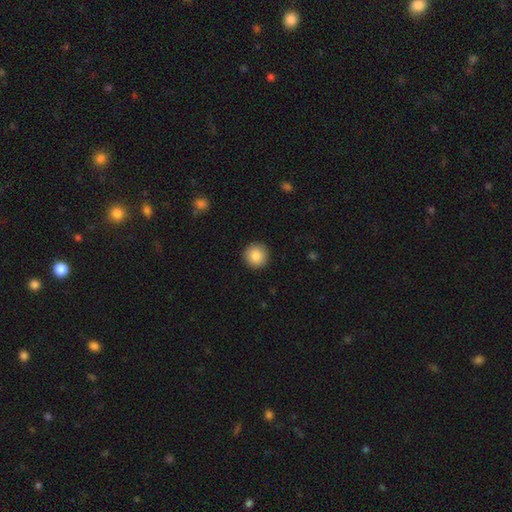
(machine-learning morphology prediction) A smooth galaxy with no disk features (86%) that is round (95%). Merging: none (92%).